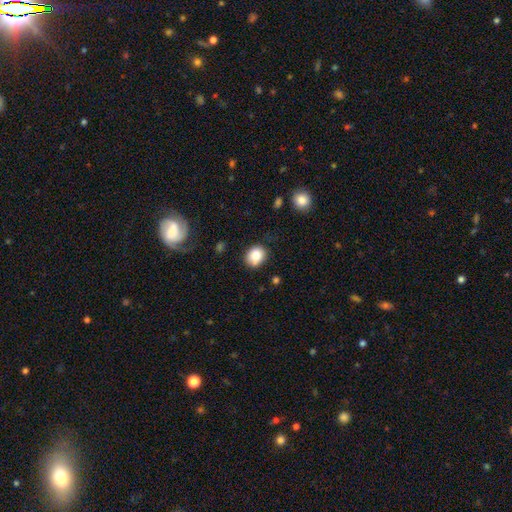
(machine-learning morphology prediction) This appears to be a smooth galaxy with no disk features (85%) that is round (59%). Merging: none (76%).